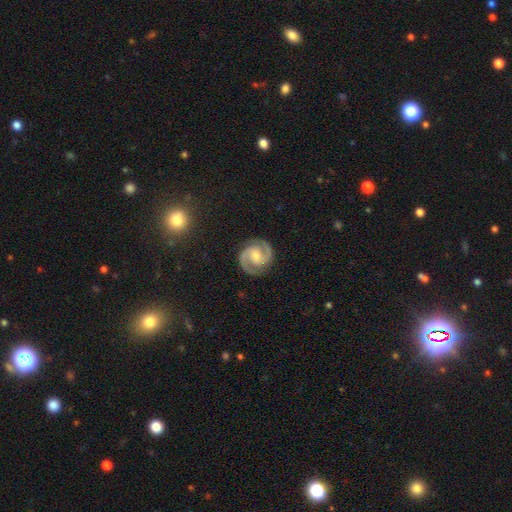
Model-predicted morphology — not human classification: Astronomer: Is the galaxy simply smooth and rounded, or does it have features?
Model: featured or disk — 92%.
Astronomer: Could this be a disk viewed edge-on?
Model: no — 98%.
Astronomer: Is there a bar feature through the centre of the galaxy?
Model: no — 43% (runner-up: weak, 41%).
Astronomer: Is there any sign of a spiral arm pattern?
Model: yes — 99%.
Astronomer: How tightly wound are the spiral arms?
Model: medium — 49% (runner-up: tight, 45%).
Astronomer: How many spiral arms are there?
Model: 2 — 94%.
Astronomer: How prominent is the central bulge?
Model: moderate — 51% (runner-up: small, 43%).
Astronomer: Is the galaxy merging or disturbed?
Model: none — 87%.